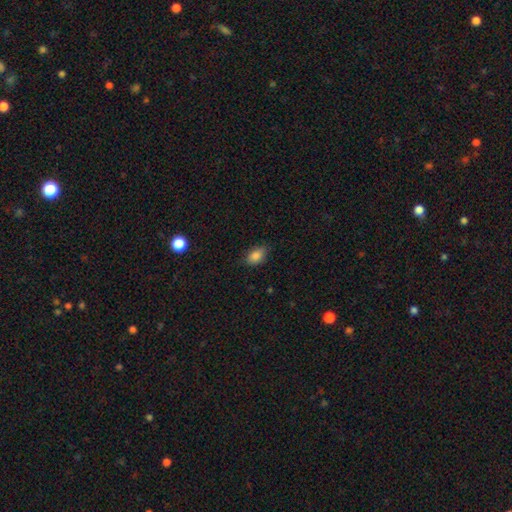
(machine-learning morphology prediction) Smooth or featured: smooth — 86% (star or artifact — 9%)
How rounded: in between — 86% (round — 12%)
Merging: none — 79% (minor disturbance — 16%)